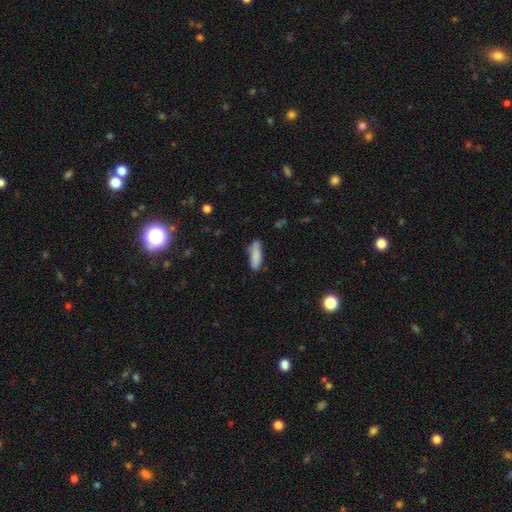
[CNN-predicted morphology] Smooth or featured: smooth — 85% (featured or disk — 8%)
How rounded: cigar-shaped — 51% (in between — 47%)
Merging: none — 75% (minor disturbance — 19%)